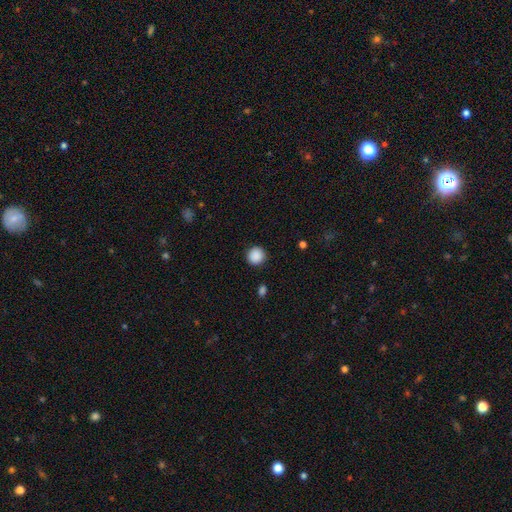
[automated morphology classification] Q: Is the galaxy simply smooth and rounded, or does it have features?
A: smooth — 89%.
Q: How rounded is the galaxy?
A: round — 94%.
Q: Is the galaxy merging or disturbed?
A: none — 91%.